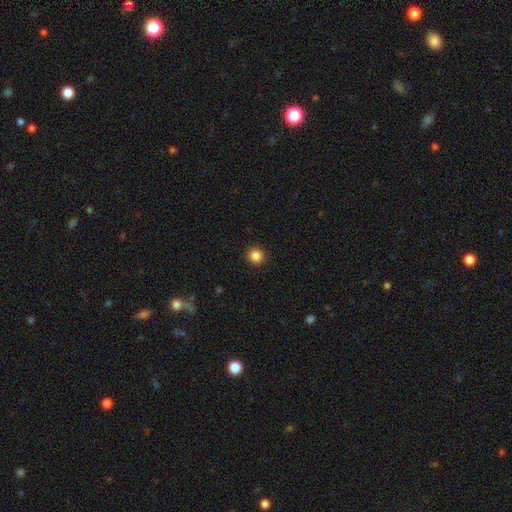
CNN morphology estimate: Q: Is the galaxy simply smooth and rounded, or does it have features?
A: smooth — 86%.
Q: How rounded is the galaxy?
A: round — 95%.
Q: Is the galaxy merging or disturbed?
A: none — 93%.